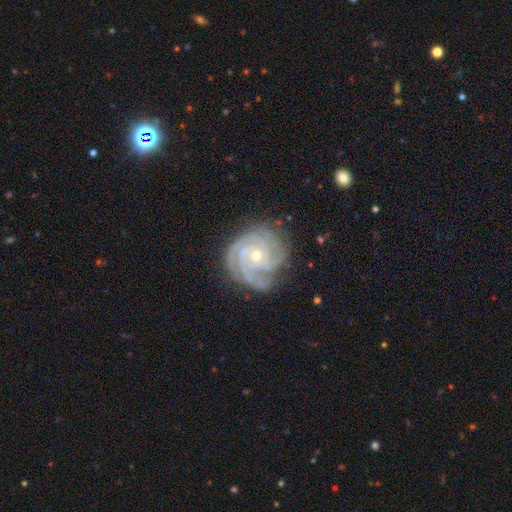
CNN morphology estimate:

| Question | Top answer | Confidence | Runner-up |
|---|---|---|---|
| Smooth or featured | featured or disk | 89% | star or artifact (7%) |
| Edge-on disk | no | 98% | yes (2%) |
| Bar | no | 74% | weak (19%) |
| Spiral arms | yes | 98% | no (2%) |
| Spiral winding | tight | 79% | medium (19%) |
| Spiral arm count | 4 | 34% | 3 (25%) |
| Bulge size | small | 68% | moderate (29%) |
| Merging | none | 76% | minor disturbance (17%) |